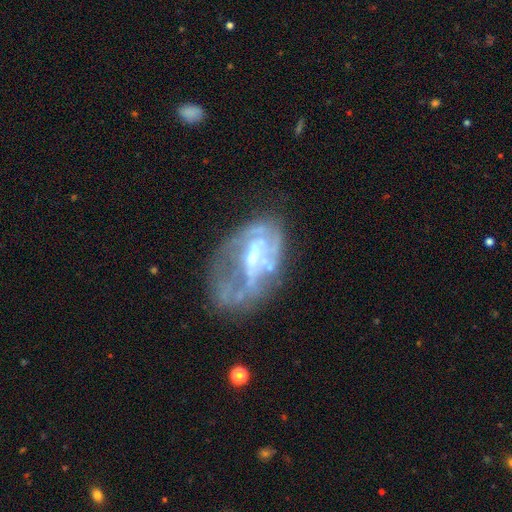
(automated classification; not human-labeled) smooth-or-featured: featured or disk: 72% | smooth: 19% | star or artifact: 9%
  disk-edge-on: no: 96% | yes: 4%
    bar: no: 50% | weak: 36% | strong: 14%
    has-spiral-arms: no: 53% | yes: 47%
    bulge-size: moderate: 43% | small: 35% | none: 14% | large: 6% | dominant: 1%
  merging: major disturbance: 36% | none: 34% | minor disturbance: 22% | merger: 8%